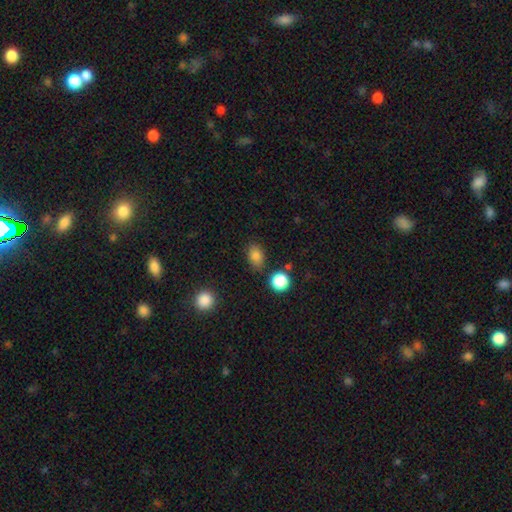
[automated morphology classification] Smooth or featured: smooth — 83% (star or artifact — 12%)
How rounded: in between — 73% (round — 26%)
Merging: none — 81% (minor disturbance — 12%)